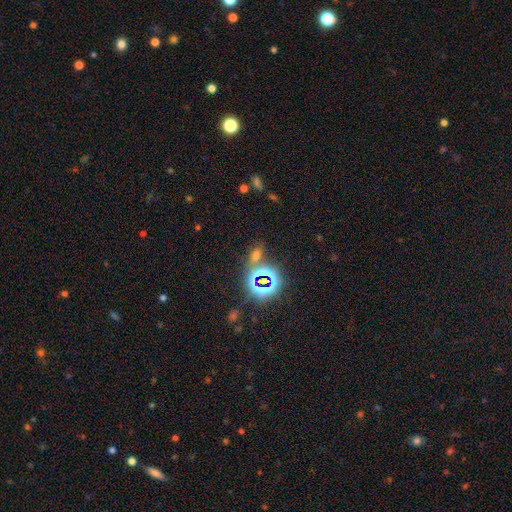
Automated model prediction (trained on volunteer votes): Morphology: type=star or artifact (53%).